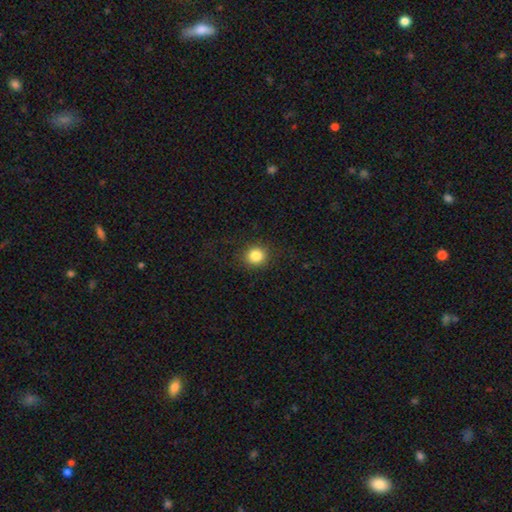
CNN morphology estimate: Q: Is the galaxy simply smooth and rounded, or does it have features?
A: smooth — 84%.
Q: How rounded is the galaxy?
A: round — 88%.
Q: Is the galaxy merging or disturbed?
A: none — 88%.